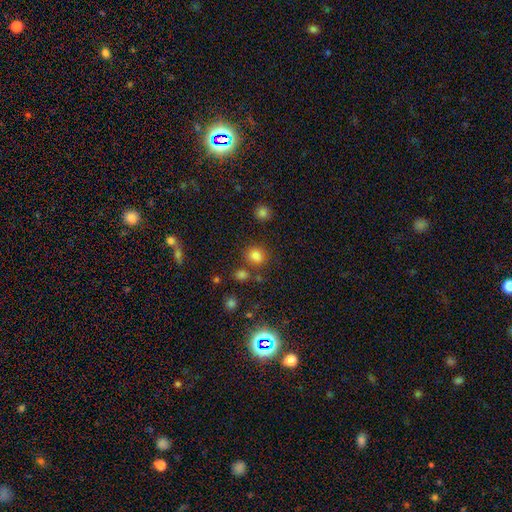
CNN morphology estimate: A smooth galaxy with no disk features (77%) that is round (78%).

Vote fractions:
- Smooth or featured? smooth: 77% / star or artifact: 17% / featured or disk: 6%
- How rounded? round: 78% / in between: 21% / cigar-shaped: 1%
- Merging? none: 74% / minor disturbance: 11% / merger: 11% / major disturbance: 4%